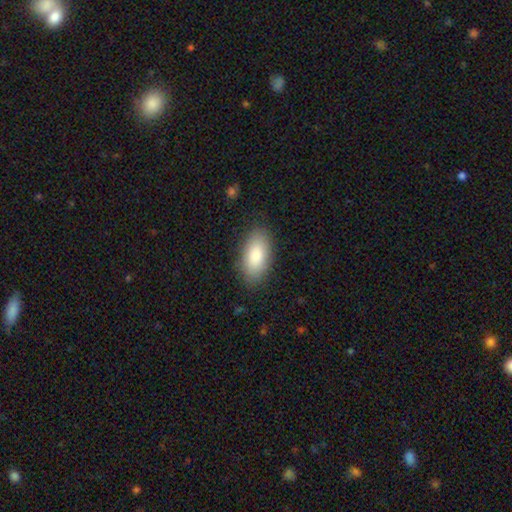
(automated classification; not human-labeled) Smooth or featured: smooth — 84% (featured or disk — 10%)
How rounded: in between — 94% (cigar-shaped — 3%)
Merging: none — 85% (minor disturbance — 11%)